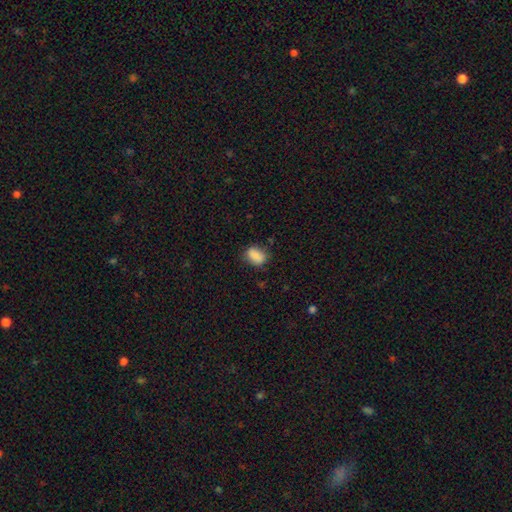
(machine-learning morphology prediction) Smooth or featured?
  - smooth: 86% *
  - star or artifact: 8%
  - featured or disk: 7%
How rounded?
  - in between: 75% *
  - round: 22%
  - cigar-shaped: 2%
Merging?
  - none: 74% *
  - minor disturbance: 19%
  - major disturbance: 4%
  - merger: 2%